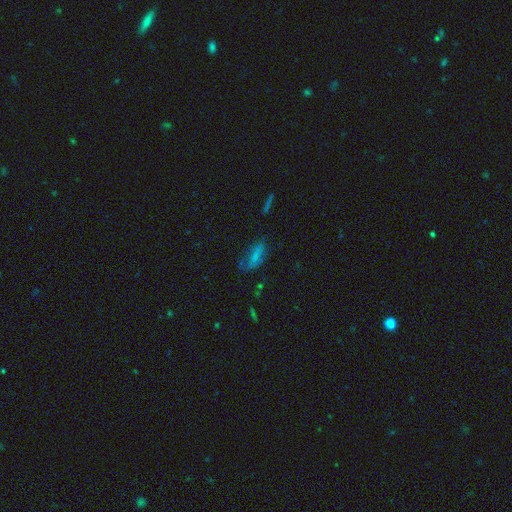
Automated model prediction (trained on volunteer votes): This appears to be a smooth galaxy with no disk features (65%) that is in between round and cigar-shaped (67%). Merging: none (54%).